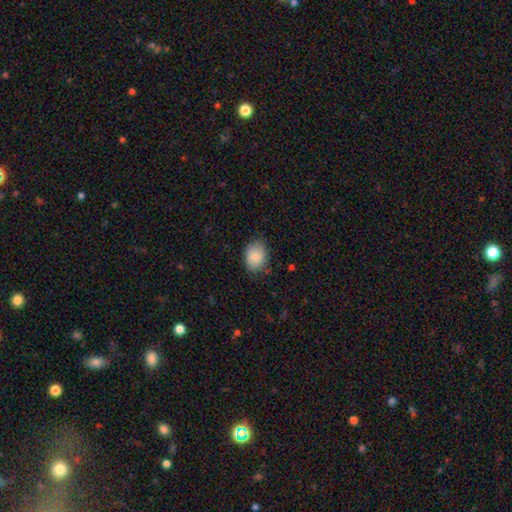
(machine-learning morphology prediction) smooth 85%, featured or disk 8%, star or artifact 7%. Down the decision tree: how rounded — in between (69%); merging — none (74%).